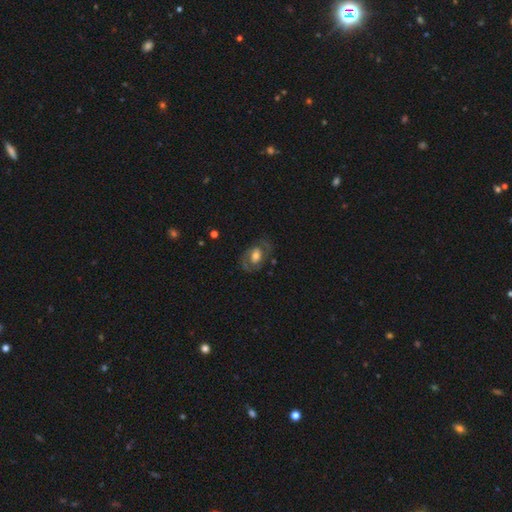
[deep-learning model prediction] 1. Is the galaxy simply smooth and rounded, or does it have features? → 64% featured or disk, 29% smooth, 7% star or artifact.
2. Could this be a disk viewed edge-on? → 95% no, 5% yes.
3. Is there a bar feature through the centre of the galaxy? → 53% no, 35% weak, 12% strong.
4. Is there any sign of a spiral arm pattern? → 69% yes, 31% no.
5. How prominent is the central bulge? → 54% moderate, 25% large, 15% small, 2% none, 2% dominant.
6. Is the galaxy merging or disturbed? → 69% none, 17% minor disturbance, 12% major disturbance, 2% merger.